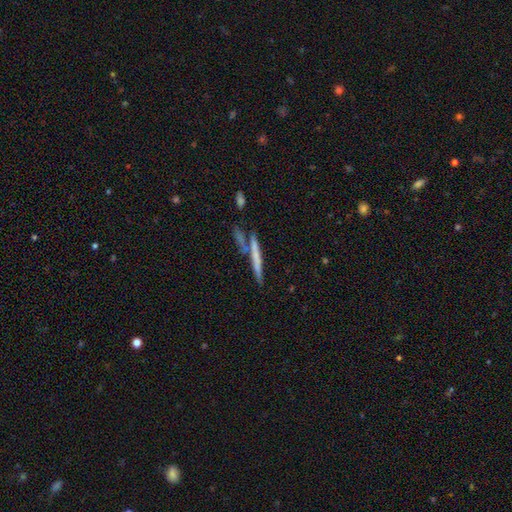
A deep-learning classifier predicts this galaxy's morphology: Overall: smooth (51%; featured or disk 41%). How rounded: cigar-shaped (95%). Merging: none (70%).